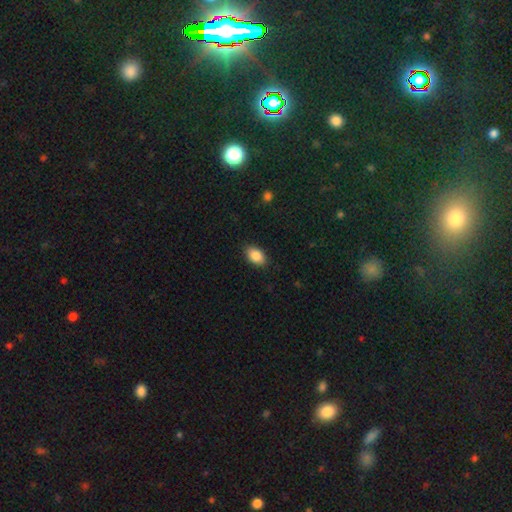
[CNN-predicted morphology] A smooth galaxy with no disk features (87%) that is in between round and cigar-shaped (89%). Merging: none (87%).